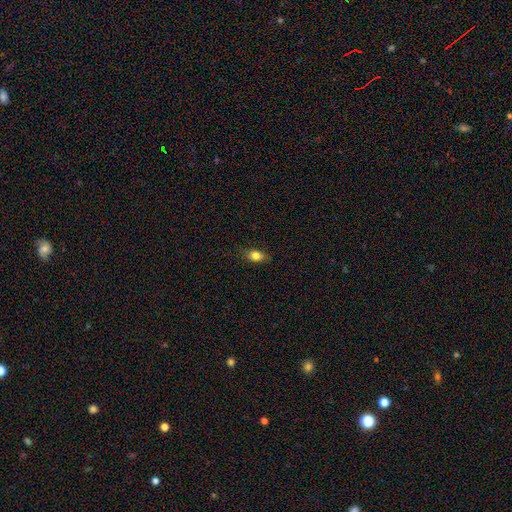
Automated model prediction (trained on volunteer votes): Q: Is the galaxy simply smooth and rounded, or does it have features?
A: smooth — 80%.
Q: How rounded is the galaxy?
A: in between — 76%.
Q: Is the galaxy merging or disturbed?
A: none — 83%.